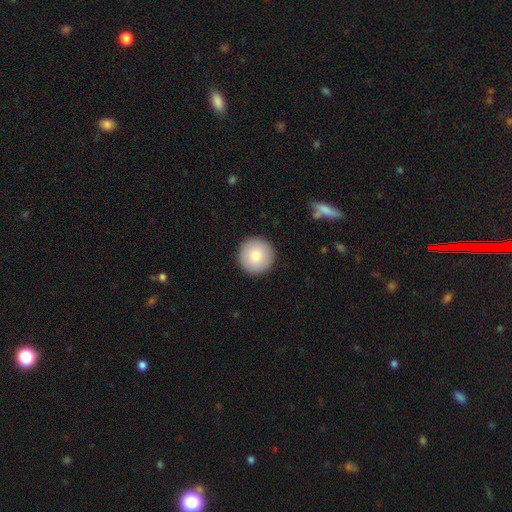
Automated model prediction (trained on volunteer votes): The model was most divided on "smooth or featured": smooth: 84%, featured or disk: 10%, star or artifact: 7%. More confident: how rounded — round (96%); merging — none (93%).